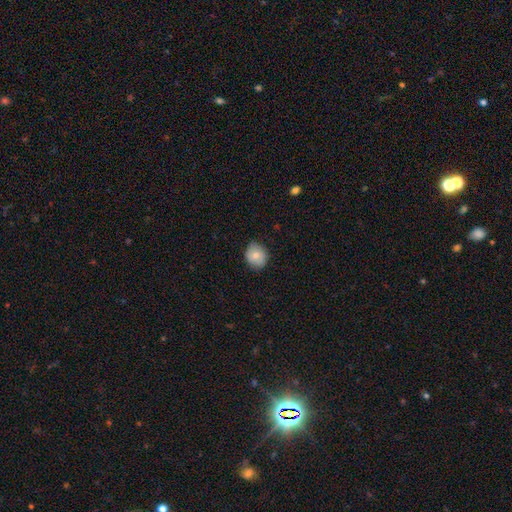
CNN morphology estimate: Smooth or featured? smooth (74%)
How rounded? round (66%)
Merging? none (81%)